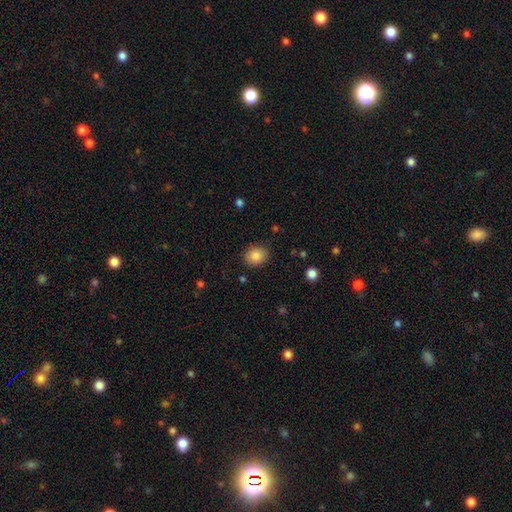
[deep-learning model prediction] Smooth or featured? smooth (85%)
How rounded? round (61%)
Merging? none (85%)